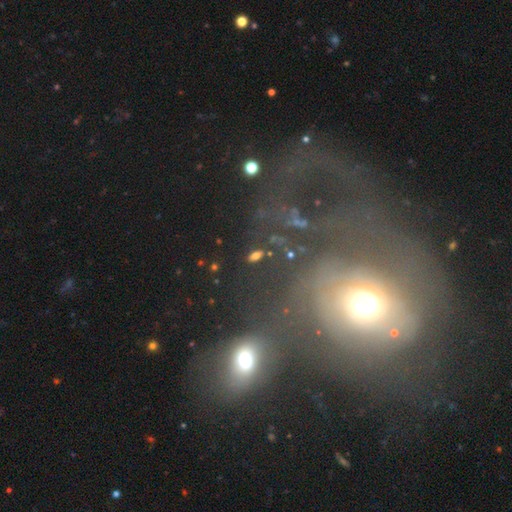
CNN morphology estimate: Overall: smooth (67%). How rounded: in between (82%). Merging: none (79%).